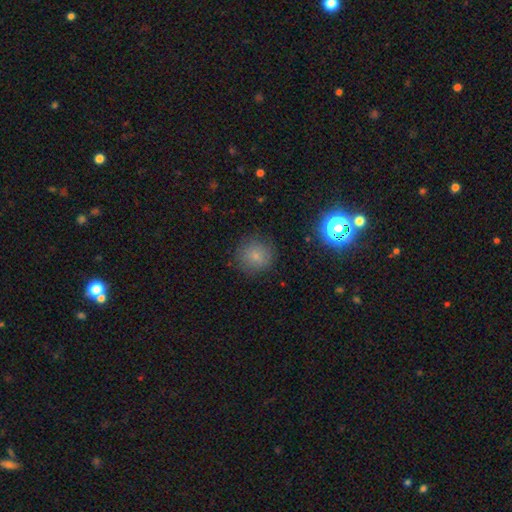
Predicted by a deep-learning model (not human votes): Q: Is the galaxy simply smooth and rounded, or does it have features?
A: smooth — 77%.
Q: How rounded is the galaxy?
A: round — 91%.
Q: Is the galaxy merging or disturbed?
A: none — 83%.